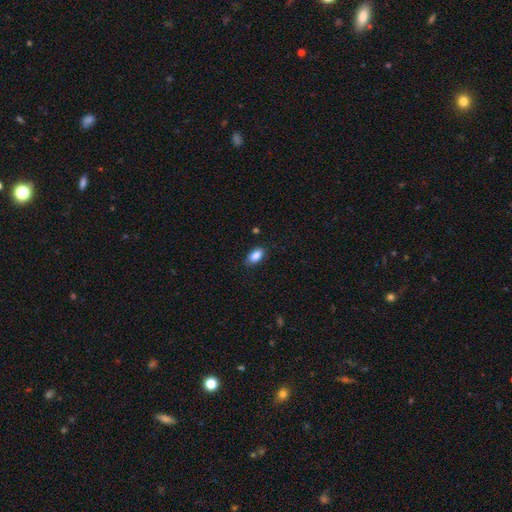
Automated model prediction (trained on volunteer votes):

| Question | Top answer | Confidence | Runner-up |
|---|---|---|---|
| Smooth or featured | smooth | 87% | star or artifact (7%) |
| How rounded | in between | 92% | round (5%) |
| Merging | none | 83% | minor disturbance (13%) |